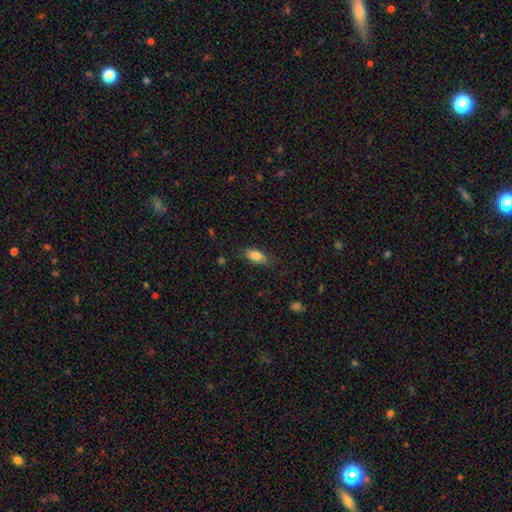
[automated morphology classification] smooth-or-featured: smooth: 82% | featured or disk: 11% | star or artifact: 7%
  how-rounded: in between: 87% | cigar-shaped: 10% | round: 3%
  merging: none: 80% | minor disturbance: 15% | major disturbance: 4% | merger: 1%